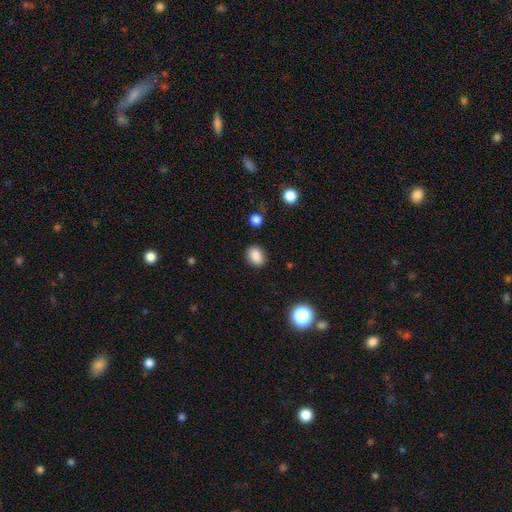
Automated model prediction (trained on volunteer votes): Smooth or featured? smooth (86%)
How rounded? in between (60%)
Merging? none (84%)